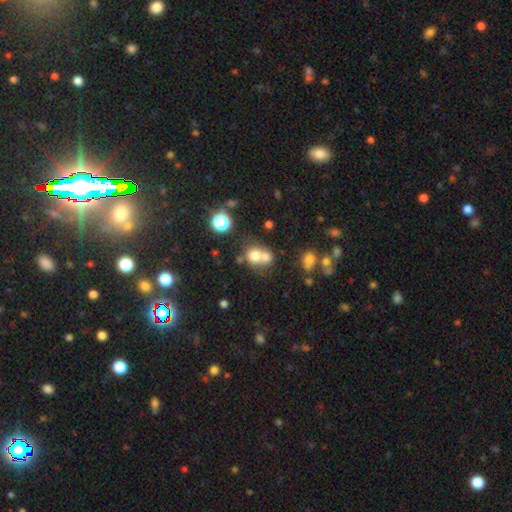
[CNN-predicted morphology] The model was most divided on "merging": merger: 58%, none: 31%, minor disturbance: 7%, major disturbance: 4%. More confident: how rounded — round (73%); smooth or featured — smooth (69%).